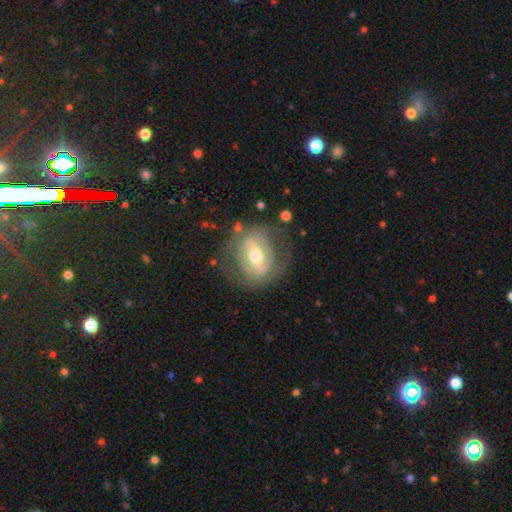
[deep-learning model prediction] Smooth or featured? featured or disk (72%)
Edge-on disk? no (89%)
Bar? strong (59%)
Spiral arms? no (58%)
Bulge size? moderate (70%)
Merging? none (68%)